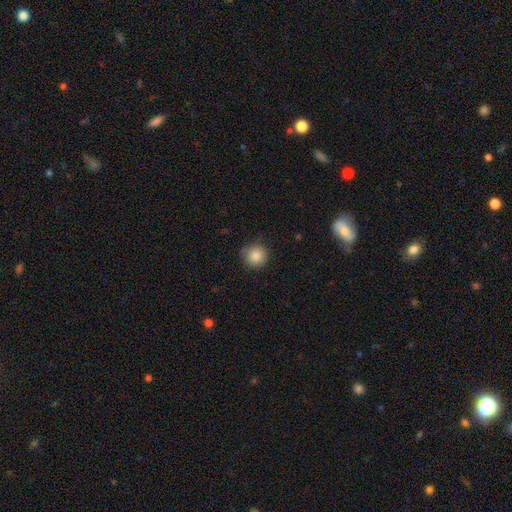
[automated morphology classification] This is clearly a smooth galaxy (86%). How rounded: clearly round (94%). Merging: clearly none (82%).